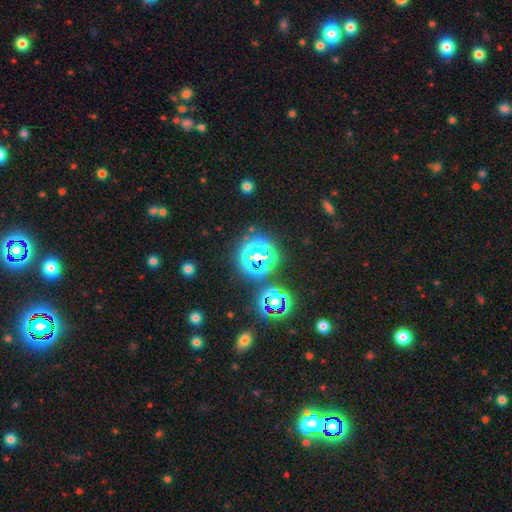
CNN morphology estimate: Smooth or featured: star or artifact — 61% (smooth — 28%)